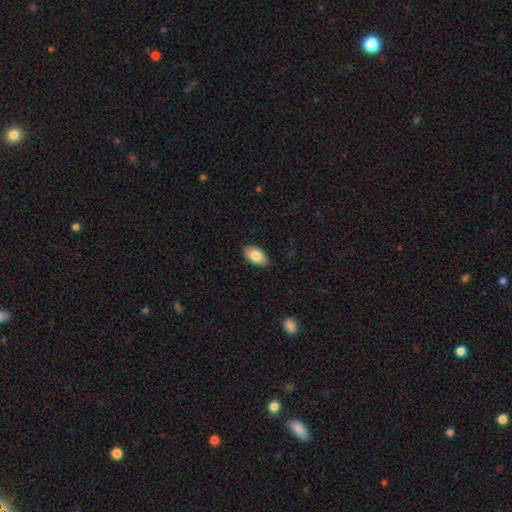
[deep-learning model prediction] A smooth galaxy with no disk features (85%) that is in between round and cigar-shaped (94%). Merging: none (89%).